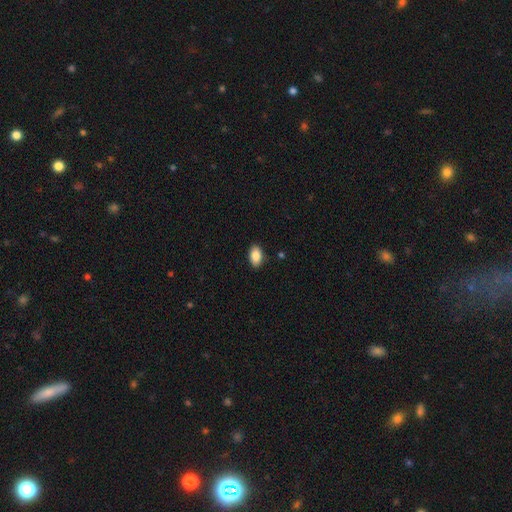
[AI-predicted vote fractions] Q: Smooth or featured?
A: smooth (86%); runner-up: star or artifact (7%)
Q: How rounded?
A: in between (92%); runner-up: round (6%)
Q: Merging?
A: none (89%); runner-up: minor disturbance (8%)